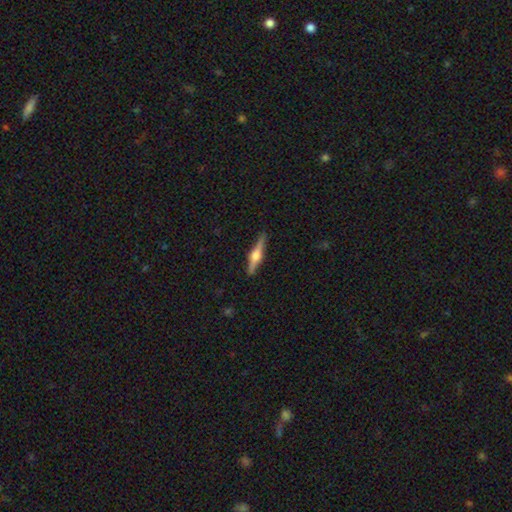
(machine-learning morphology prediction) type=featured or disk (73%); edge-on=yes (98%); edge-on bulge=rounded (92%); merging=none (90%).